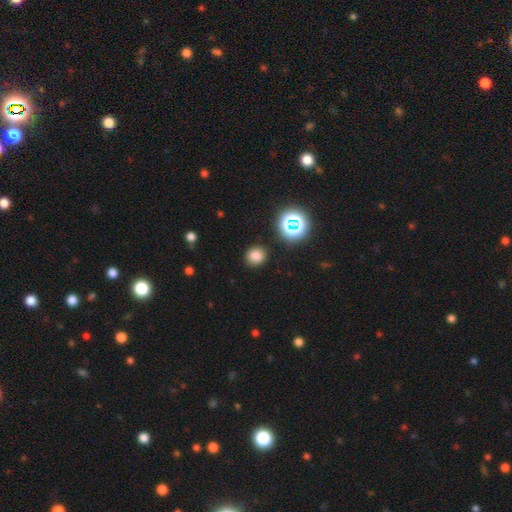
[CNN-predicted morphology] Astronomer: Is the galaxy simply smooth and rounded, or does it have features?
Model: smooth — 77%.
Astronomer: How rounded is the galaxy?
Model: round — 80%.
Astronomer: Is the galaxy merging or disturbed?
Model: none — 88%.